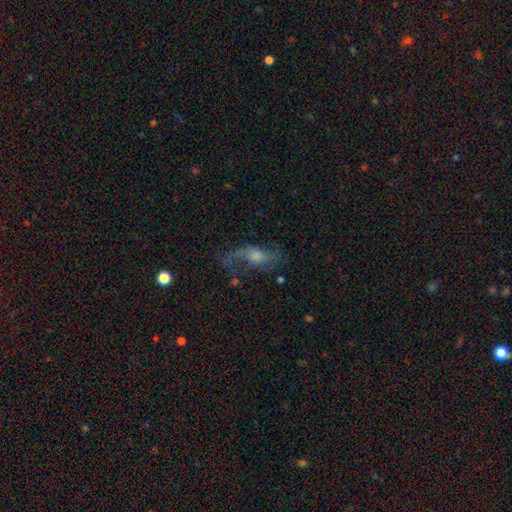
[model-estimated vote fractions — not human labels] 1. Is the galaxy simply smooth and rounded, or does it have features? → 66% featured or disk, 22% smooth, 12% star or artifact.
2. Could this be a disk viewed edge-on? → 85% no, 15% yes.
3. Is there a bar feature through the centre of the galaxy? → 64% no, 29% weak, 6% strong.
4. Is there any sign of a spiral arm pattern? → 84% yes, 16% no.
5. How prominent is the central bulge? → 46% moderate, 28% small, 15% large, 9% none, 3% dominant.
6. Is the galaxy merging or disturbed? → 52% none, 24% major disturbance, 20% minor disturbance, 3% merger.